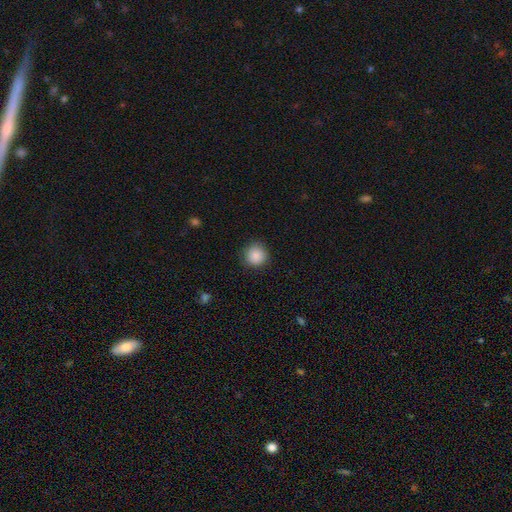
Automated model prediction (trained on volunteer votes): smooth 88%, star or artifact 9%, featured or disk 3%. Down the decision tree: how rounded — round (93%); merging — none (88%).